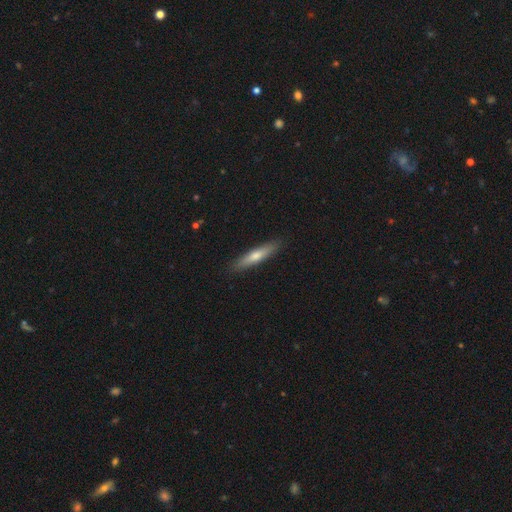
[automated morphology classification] A smooth galaxy with no disk features (60%) that is cigar-shaped (88%). Merging: none (90%).